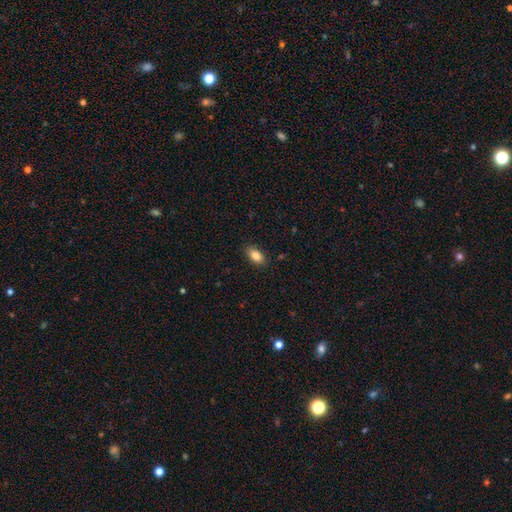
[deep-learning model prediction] smooth_or_featured: smooth (p=0.85) [alt: star or artifact p=0.08]
how_rounded: in between (p=0.91) [alt: round p=0.05]
merging: none (p=0.87) [alt: minor disturbance p=0.10]